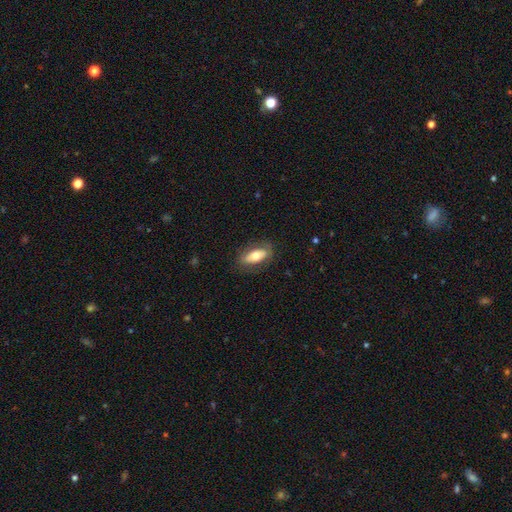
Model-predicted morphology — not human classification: The model was most divided on "smooth or featured": smooth: 64%, featured or disk: 30%, star or artifact: 6%. More confident: how rounded — in between (81%); merging — none (80%).